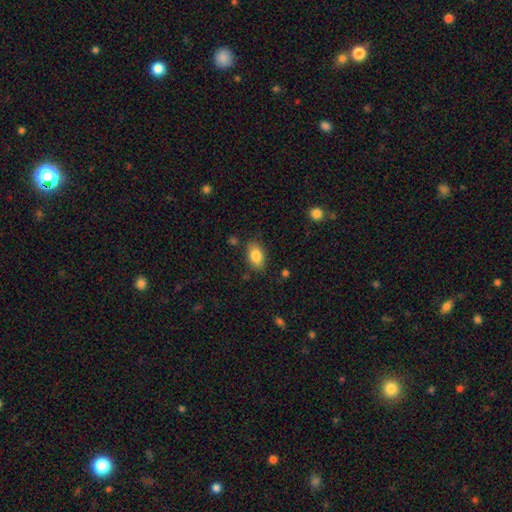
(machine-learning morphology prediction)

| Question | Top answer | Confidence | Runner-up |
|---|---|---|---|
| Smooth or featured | smooth | 83% | featured or disk (9%) |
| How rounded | in between | 89% | round (9%) |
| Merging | none | 82% | minor disturbance (12%) |